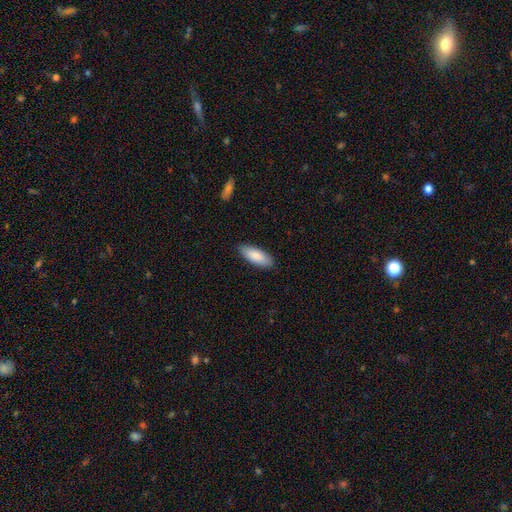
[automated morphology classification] Smooth or featured? Predicted: smooth (p=0.87). How rounded? Predicted: in between (p=0.74). Merging? Predicted: none (p=0.88).